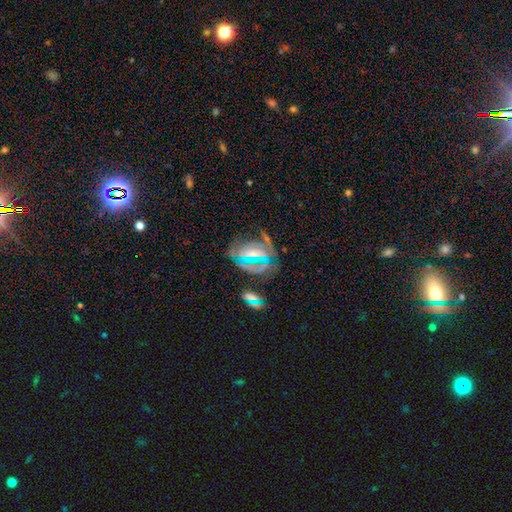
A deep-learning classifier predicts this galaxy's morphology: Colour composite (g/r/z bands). It shows a featured or disk galaxy (73%) with a strong bar (54%), spiral arms (68%) and a small central bulge (50%). Merging: none (48%).